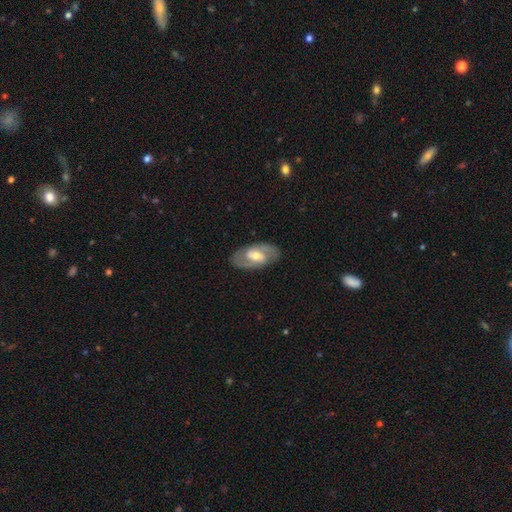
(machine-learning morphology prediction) Smooth or featured: featured or disk — 76% (smooth — 19%)
Edge-on disk: no — 94% (yes — 6%)
Bar: weak — 48% (strong — 26%)
Spiral arms: yes — 85% (no — 15%)
Spiral winding: medium — 50% (tight — 33%)
Spiral arm count: 2 — 86% (can't tell — 8%)
Bulge size: moderate — 61% (small — 29%)
Merging: none — 85% (minor disturbance — 10%)